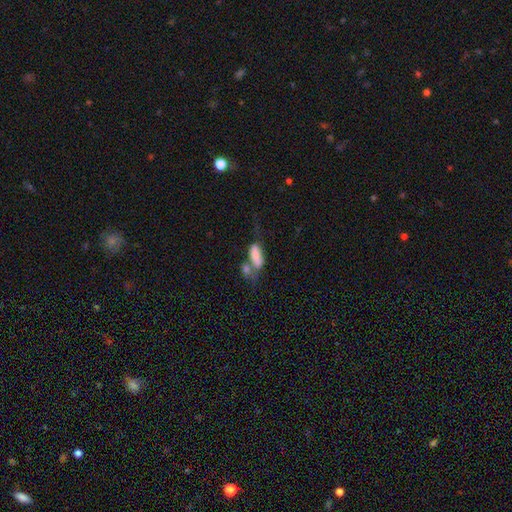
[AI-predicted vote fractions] This is likely a smooth galaxy (74%). How rounded: clearly in between (83%). Merging: possibly merger (51%).